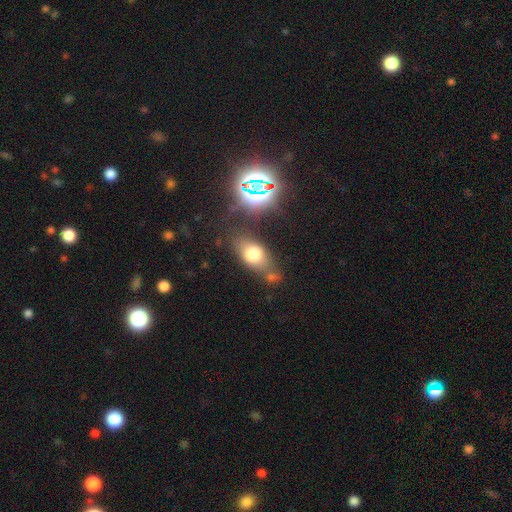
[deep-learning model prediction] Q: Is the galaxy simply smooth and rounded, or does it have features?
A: smooth — 67%.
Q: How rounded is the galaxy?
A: in between — 78%.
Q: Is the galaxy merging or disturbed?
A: none — 61%.